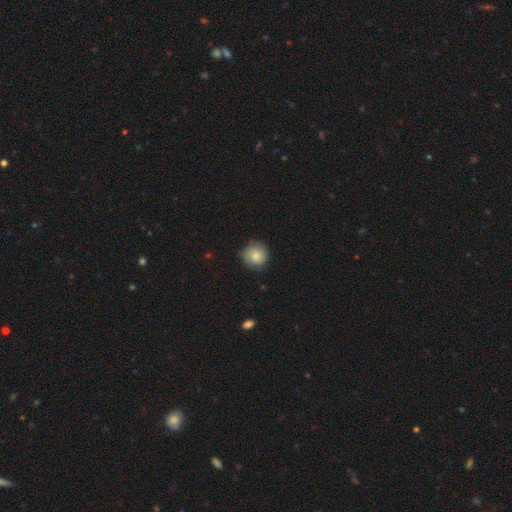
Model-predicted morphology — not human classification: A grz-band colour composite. It shows a smooth galaxy with no disk features (79%) that is round (91%). Merging: none (78%).